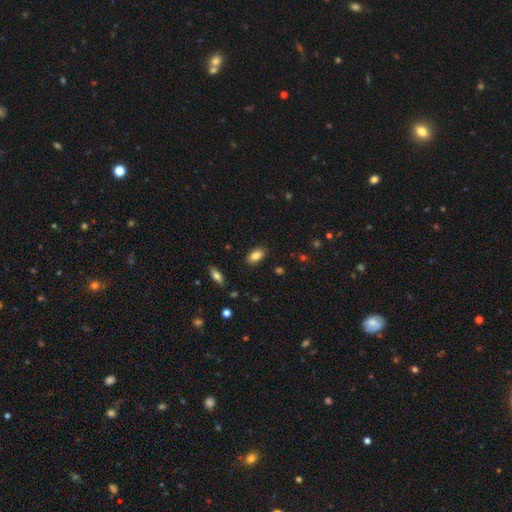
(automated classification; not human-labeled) smooth_or_featured: smooth (p=0.85) [alt: star or artifact p=0.08]
how_rounded: in between (p=0.91) [alt: round p=0.06]
merging: none (p=0.86) [alt: minor disturbance p=0.10]